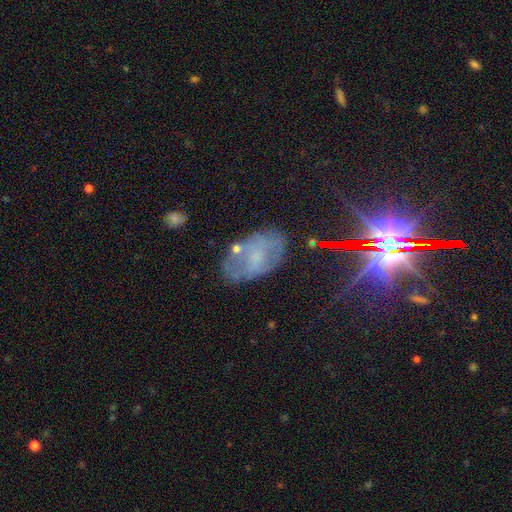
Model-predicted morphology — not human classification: Smooth or featured? featured or disk (44%)
Merging? none (64%)